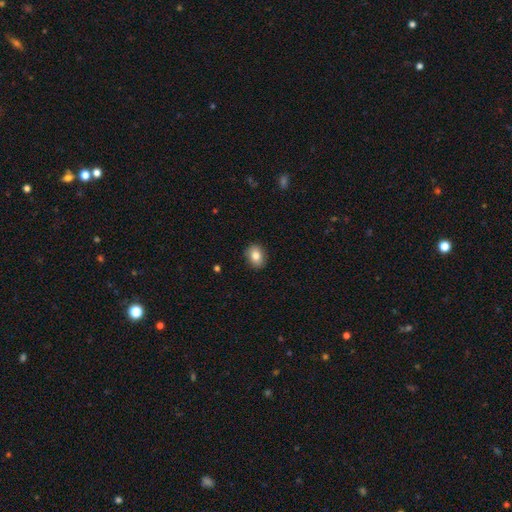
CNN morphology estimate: A smooth galaxy with no disk features (82%) that is in between round and cigar-shaped (53%). Merging: none (89%).